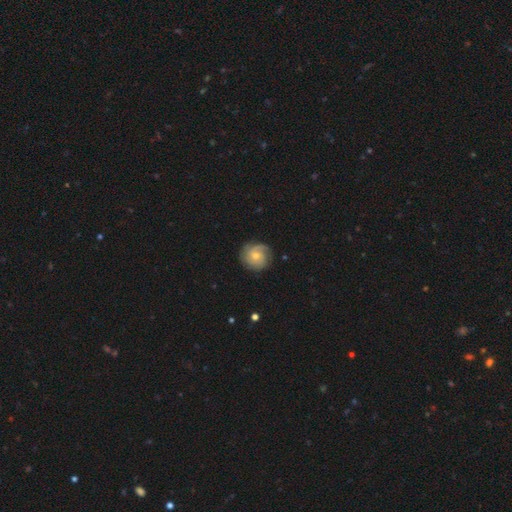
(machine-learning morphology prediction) type=featured or disk (70%); edge-on=no (98%); bar=no (72%); spiral arms=yes (93%); winding=tight (57%); arm count=2 (35%); bulge=moderate (48%); merging=none (77%).